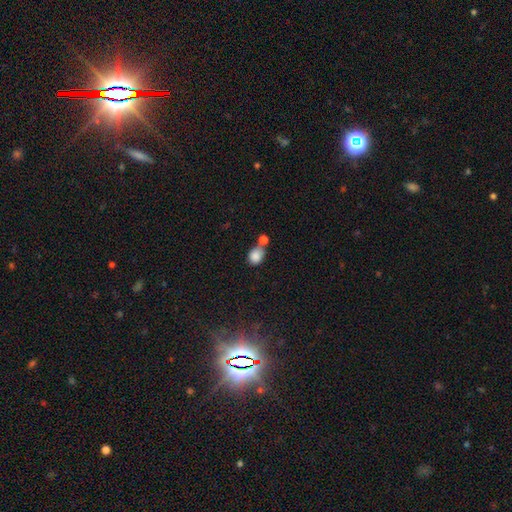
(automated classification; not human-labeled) smooth 85%, star or artifact 9%, featured or disk 6%. Down the decision tree: how rounded — in between (55%); merging — none (42%).